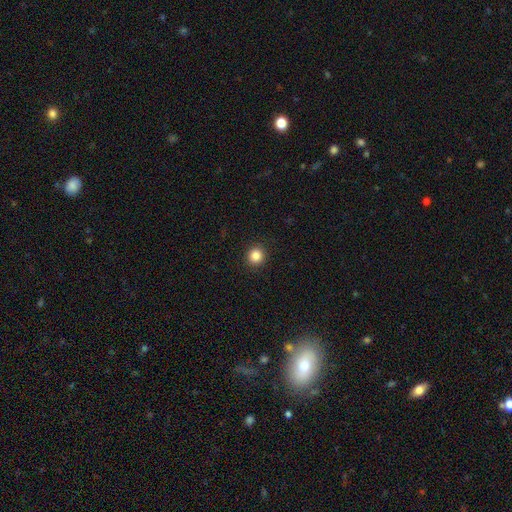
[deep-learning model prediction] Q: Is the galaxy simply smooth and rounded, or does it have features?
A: smooth — 85%.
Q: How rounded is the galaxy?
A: round — 93%.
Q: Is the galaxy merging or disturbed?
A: none — 92%.